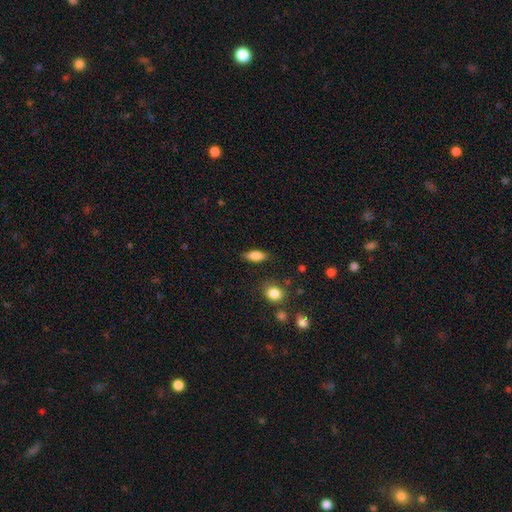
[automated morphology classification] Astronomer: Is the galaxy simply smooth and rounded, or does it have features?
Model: smooth — 82%.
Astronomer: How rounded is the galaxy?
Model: in between — 72%.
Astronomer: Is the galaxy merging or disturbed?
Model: none — 82%.